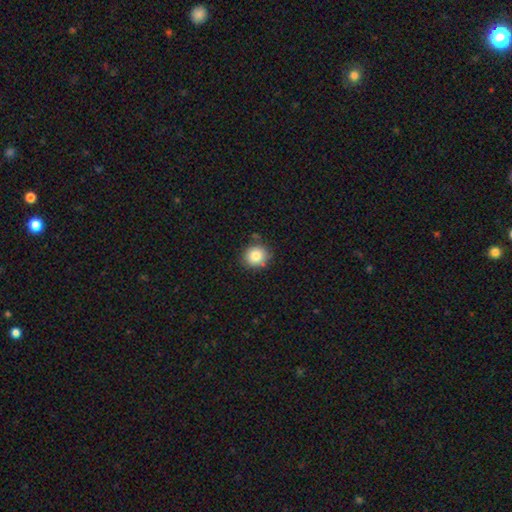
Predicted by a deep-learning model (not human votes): Overall: smooth (84%). How rounded: round (83%). Merging: none (82%).